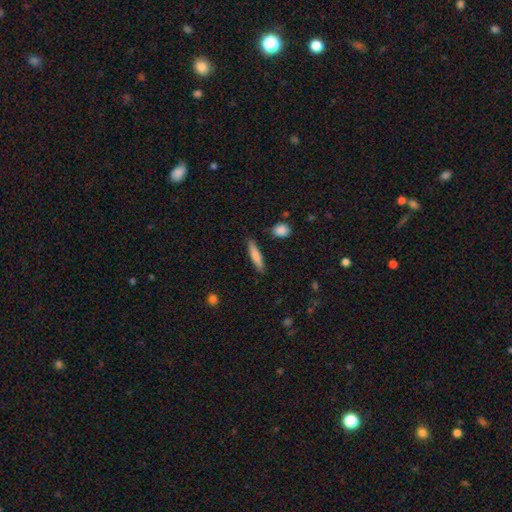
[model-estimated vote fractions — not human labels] Overall: smooth (75%). How rounded: cigar-shaped (85%). Merging: none (87%).